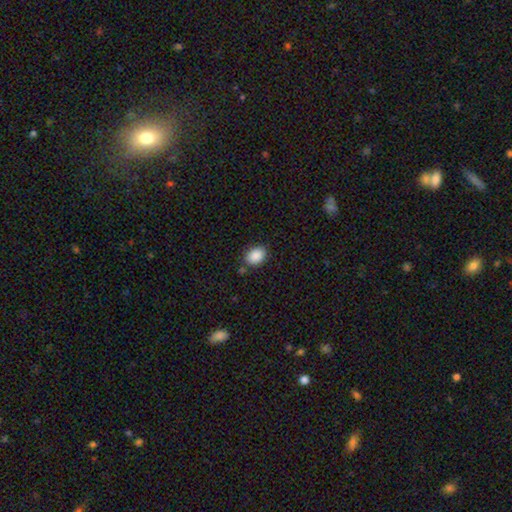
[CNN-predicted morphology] Smooth or featured? Predicted: smooth (p=0.88). How rounded? Predicted: in between (p=0.72). Merging? Predicted: none (p=0.80).